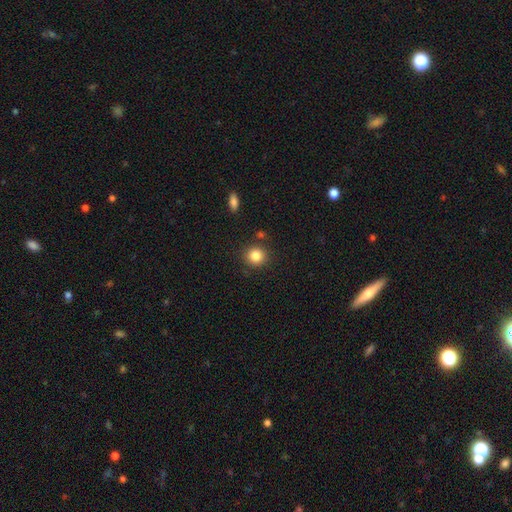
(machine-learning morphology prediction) This appears to be a smooth galaxy with no disk features (85%) that is round (89%). Merging: none (86%).